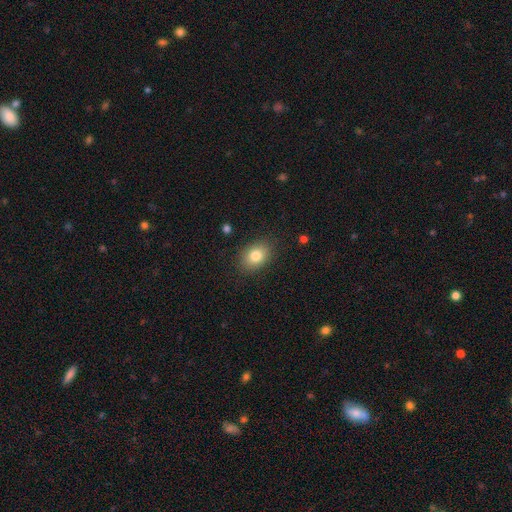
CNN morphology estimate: Q: Smooth or featured?
A: smooth (81%); runner-up: featured or disk (10%)
Q: How rounded?
A: in between (72%); runner-up: round (27%)
Q: Merging?
A: none (85%); runner-up: minor disturbance (11%)